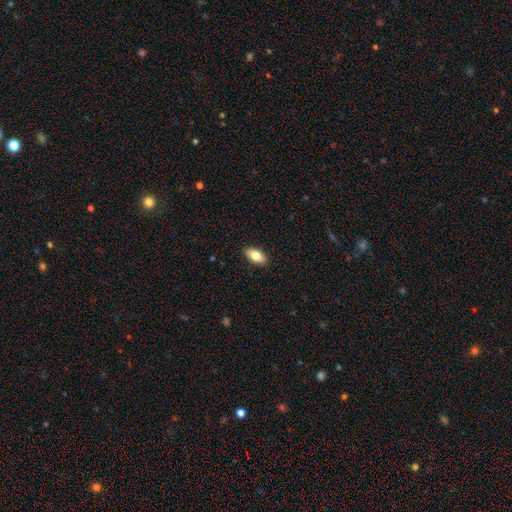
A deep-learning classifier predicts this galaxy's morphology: smooth-or-featured: smooth: 81% | featured or disk: 13% | star or artifact: 7%
  how-rounded: in between: 90% | cigar-shaped: 7% | round: 3%
  merging: none: 90% | minor disturbance: 8% | major disturbance: 2% | merger: 1%